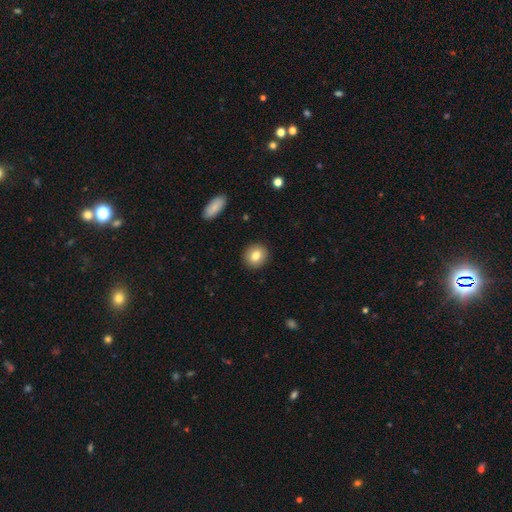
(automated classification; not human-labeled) Smooth or featured?
  - smooth: 81% *
  - featured or disk: 10%
  - star or artifact: 9%
How rounded?
  - round: 83% *
  - in between: 16%
  - cigar-shaped: 1%
Merging?
  - none: 91% *
  - minor disturbance: 6%
  - major disturbance: 2%
  - merger: 1%